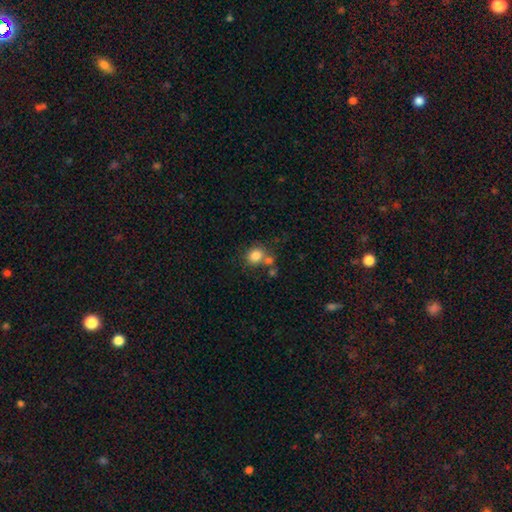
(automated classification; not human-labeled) This is clearly a smooth galaxy (82%). How rounded: likely round (73%). Merging: possibly none (60%).